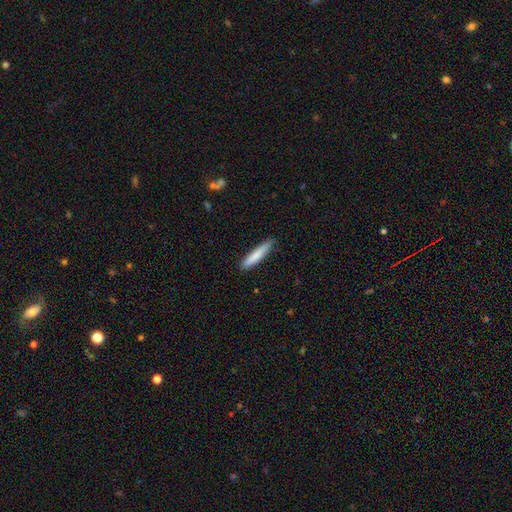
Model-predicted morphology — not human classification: This is clearly a smooth galaxy (80%). How rounded: clearly cigar-shaped (91%). Merging: clearly none (87%).